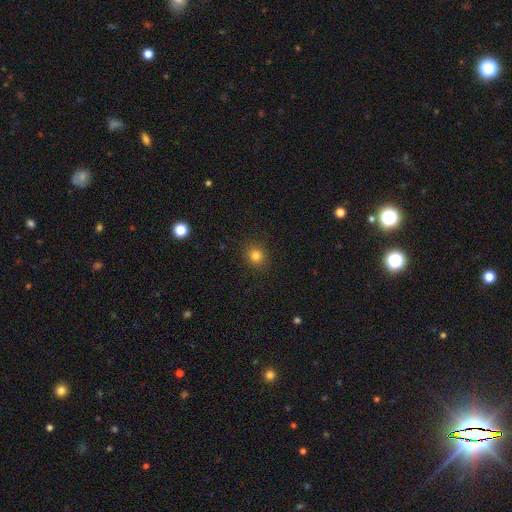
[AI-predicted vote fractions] Overall: smooth (82%). How rounded: round (80%). Merging: none (89%).